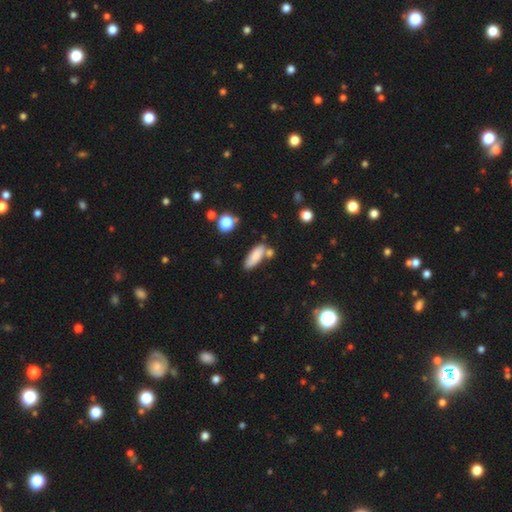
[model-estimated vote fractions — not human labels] Q: Smooth or featured?
A: smooth (79%); runner-up: featured or disk (13%)
Q: How rounded?
A: in between (66%); runner-up: cigar-shaped (31%)
Q: Merging?
A: none (64%); runner-up: minor disturbance (16%)